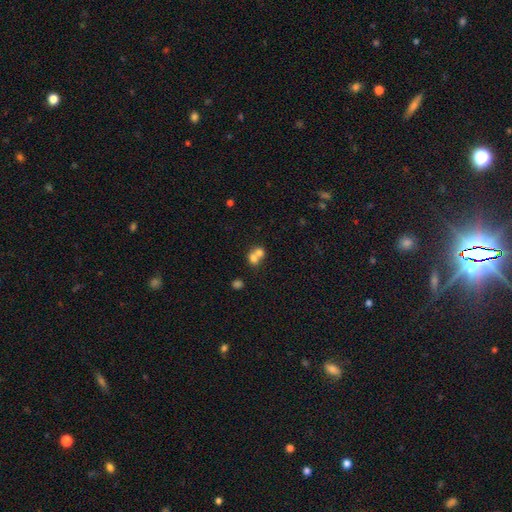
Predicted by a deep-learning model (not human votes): Morphology: type=smooth (70%); roundness=round (68%); merging=merger (67%).